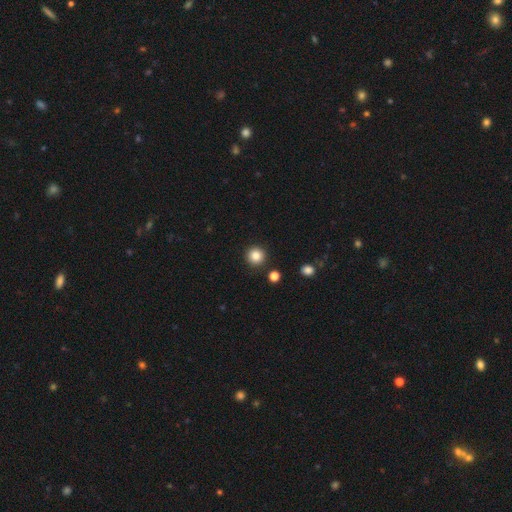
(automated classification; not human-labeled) Overall: smooth (85%). How rounded: round (95%). Merging: none (90%).